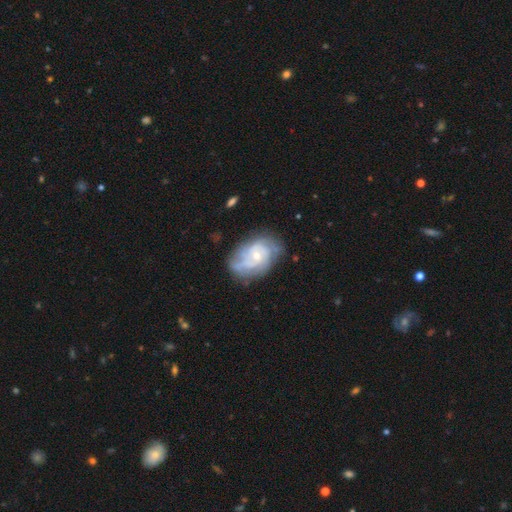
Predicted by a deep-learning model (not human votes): A featured or disk galaxy (79%) with no bar (72%), tight (54%) spiral arms (92%) and a small central bulge (65%). Merging: none (67%).